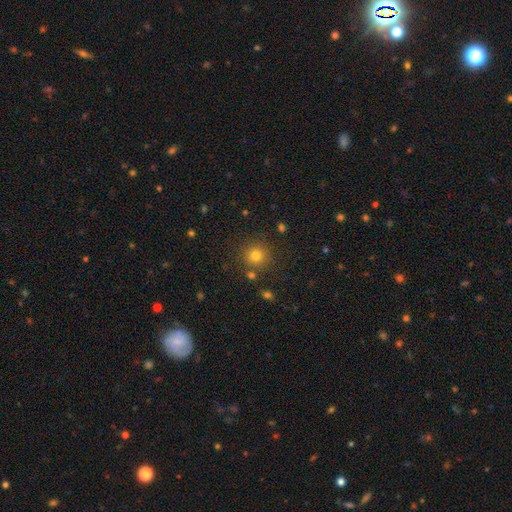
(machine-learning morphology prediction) Q: Smooth or featured?
A: smooth (78%); runner-up: star or artifact (15%)
Q: How rounded?
A: round (93%); runner-up: in between (6%)
Q: Merging?
A: none (84%); runner-up: minor disturbance (8%)